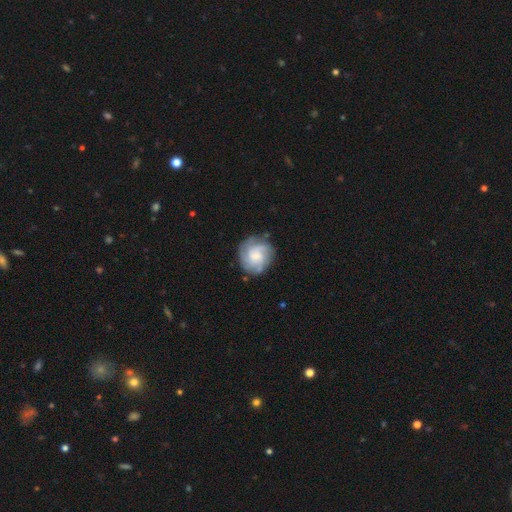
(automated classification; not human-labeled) A featured or disk galaxy (63%) with no bar (65%), tight (47%) spiral arms (90%) and a small central bulge (41%).

Vote fractions:
- Smooth or featured? featured or disk: 63% / smooth: 29% / star or artifact: 7%
- Edge-on disk? no: 98% / yes: 2%
- Bar? no: 65% / weak: 31% / strong: 4%
- Spiral arms? yes: 90% / no: 10%
- Spiral winding? tight: 47% / medium: 37% / loose: 16%
- Spiral arm count? can't tell: 31% / 3: 29% / 4: 15% / 2: 14% / 1: 5% / more than 4: 5%
- Bulge size? small: 41% / moderate: 35% / none: 14% / large: 9% / dominant: 2%
- Merging? none: 73% / minor disturbance: 17% / major disturbance: 7% / merger: 2%